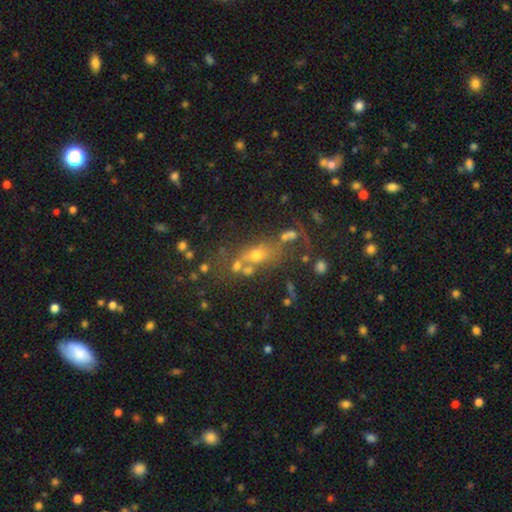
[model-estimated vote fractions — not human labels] Smooth or featured? smooth (45%)
Merging? none (52%)